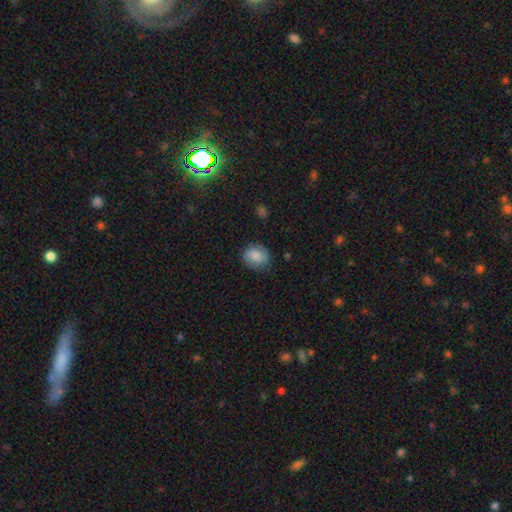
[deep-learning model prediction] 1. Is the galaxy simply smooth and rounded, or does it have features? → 67% smooth, 25% featured or disk, 8% star or artifact.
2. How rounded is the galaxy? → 67% round, 32% in between, 1% cigar-shaped.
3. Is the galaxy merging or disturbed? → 76% none, 18% minor disturbance, 5% major disturbance, 1% merger.